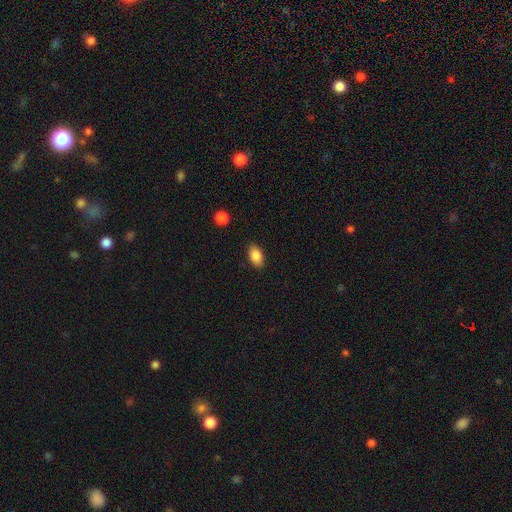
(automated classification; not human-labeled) Smooth or featured: smooth — 85% (star or artifact — 8%)
How rounded: in between — 90% (round — 8%)
Merging: none — 86% (minor disturbance — 10%)